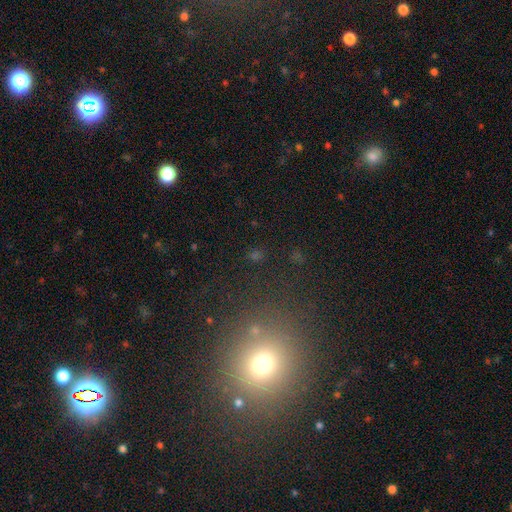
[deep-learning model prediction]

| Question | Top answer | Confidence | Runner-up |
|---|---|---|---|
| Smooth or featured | star or artifact | 47% | smooth (43%) |